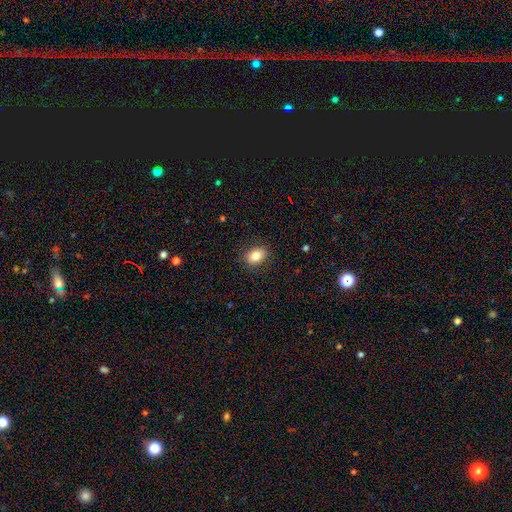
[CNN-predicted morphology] This is clearly a smooth galaxy (83%). How rounded: likely in between (74%). Merging: clearly none (87%).